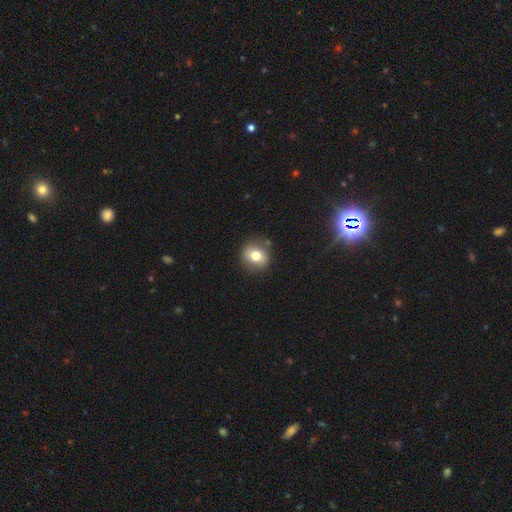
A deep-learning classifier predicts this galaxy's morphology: This is likely a smooth galaxy (73%). How rounded: clearly round (80%). Merging: clearly none (84%).